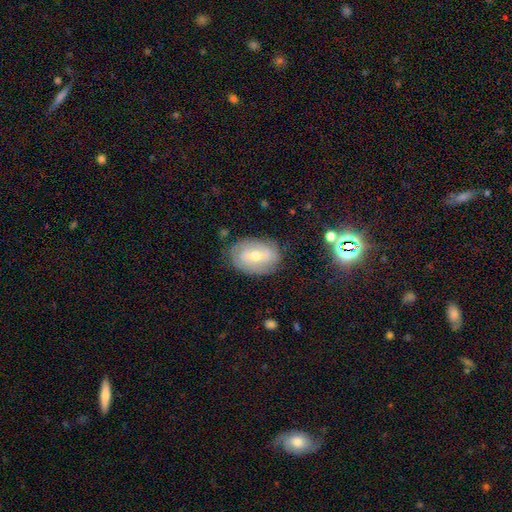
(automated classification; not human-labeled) The model was most divided on "bar": weak: 43%, no: 36%, strong: 21%. More confident: edge-on disk — no (94%); spiral arms — yes (78%); merging — none (77%); smooth or featured — featured or disk (66%); bulge size — moderate (55%).